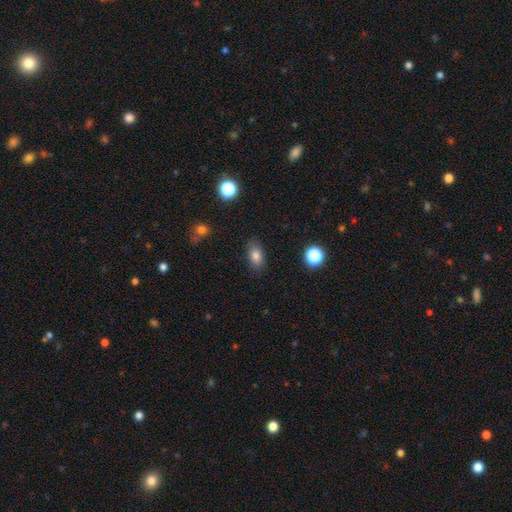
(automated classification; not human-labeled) Overall: smooth (81%). How rounded: in between (85%). Merging: none (83%).